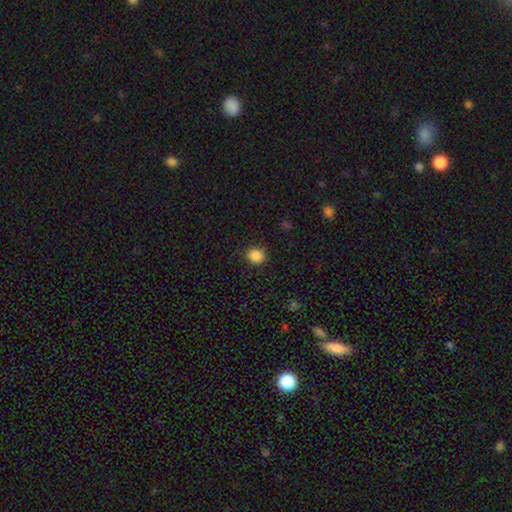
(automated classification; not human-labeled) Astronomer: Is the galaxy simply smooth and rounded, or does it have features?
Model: smooth — 87%.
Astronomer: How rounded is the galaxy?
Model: round — 64%.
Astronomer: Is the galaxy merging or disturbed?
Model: none — 88%.